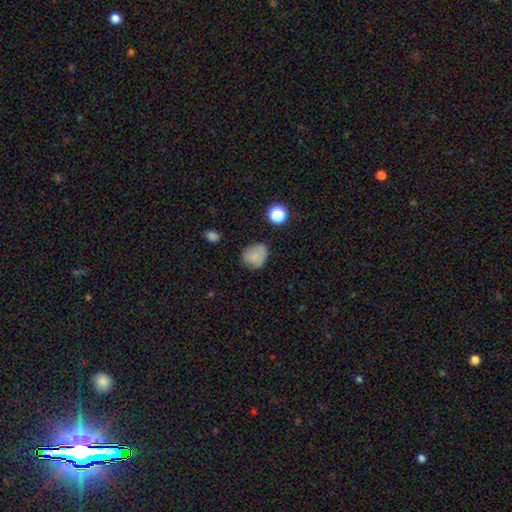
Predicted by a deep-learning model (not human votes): A smooth galaxy with no disk features (80%) that is round (66%). Merging: none (65%).